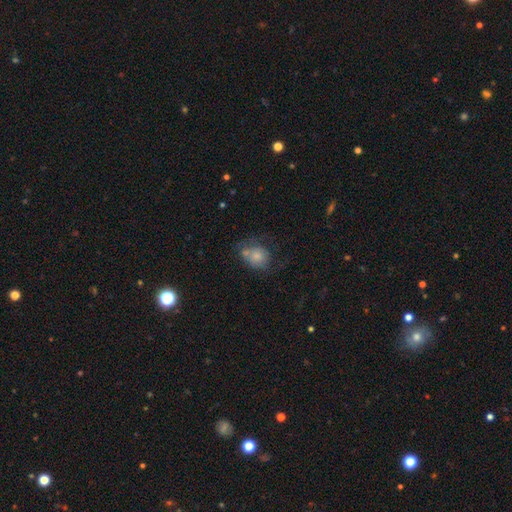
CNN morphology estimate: Smooth or featured? Predicted: smooth (p=0.72). How rounded? Predicted: round (p=0.56). Merging? Predicted: none (p=0.38).